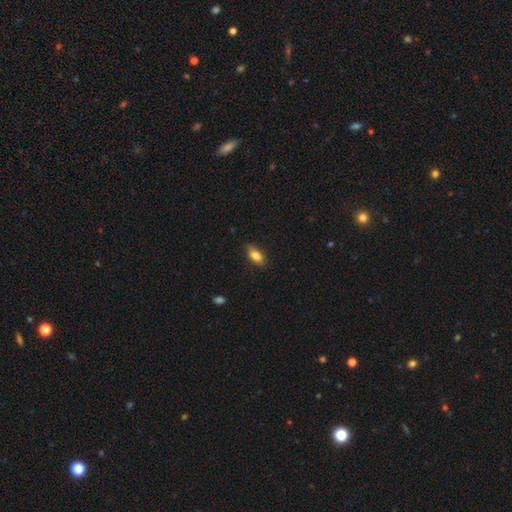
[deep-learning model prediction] This is likely a smooth galaxy (78%). How rounded: clearly in between (83%). Merging: likely none (80%).